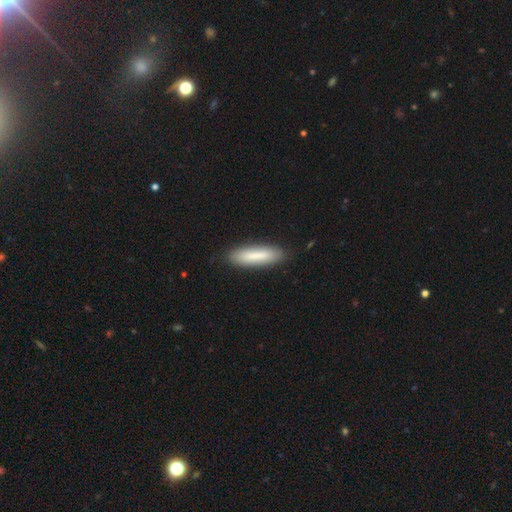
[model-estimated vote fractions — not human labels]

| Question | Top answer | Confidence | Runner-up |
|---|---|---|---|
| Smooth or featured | smooth | 80% | featured or disk (14%) |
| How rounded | cigar-shaped | 71% | in between (28%) |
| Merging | none | 85% | minor disturbance (11%) |